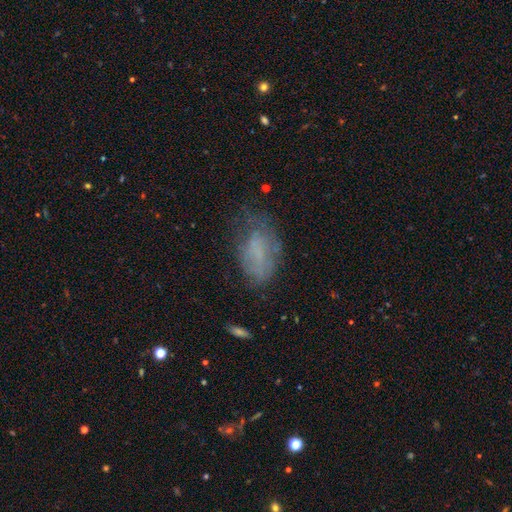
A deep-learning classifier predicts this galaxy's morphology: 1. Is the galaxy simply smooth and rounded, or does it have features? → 56% smooth, 27% featured or disk, 16% star or artifact.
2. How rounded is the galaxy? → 90% in between, 7% round, 3% cigar-shaped.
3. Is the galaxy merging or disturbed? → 52% none, 28% minor disturbance, 18% major disturbance, 2% merger.